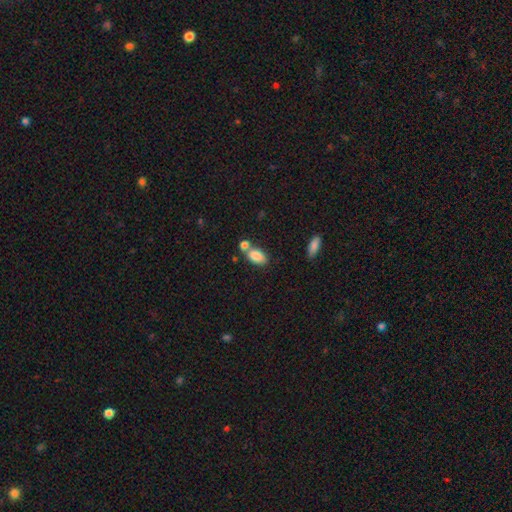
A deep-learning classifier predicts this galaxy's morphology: A smooth galaxy with no disk features (84%) that is in between round and cigar-shaped (90%).

Vote fractions:
- Smooth or featured? smooth: 84% / star or artifact: 8% / featured or disk: 8%
- How rounded? in between: 90% / round: 7% / cigar-shaped: 2%
- Merging? none: 46% / merger: 38% / minor disturbance: 12% / major disturbance: 4%